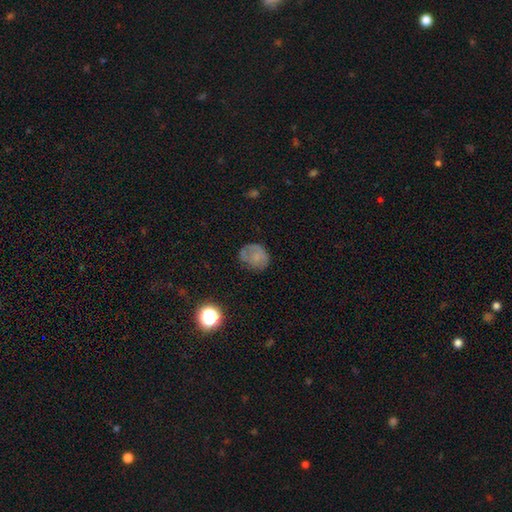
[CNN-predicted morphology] Q: Smooth or featured?
A: smooth (63%); runner-up: featured or disk (22%)
Q: How rounded?
A: round (65%); runner-up: in between (34%)
Q: Merging?
A: none (59%); runner-up: minor disturbance (26%)